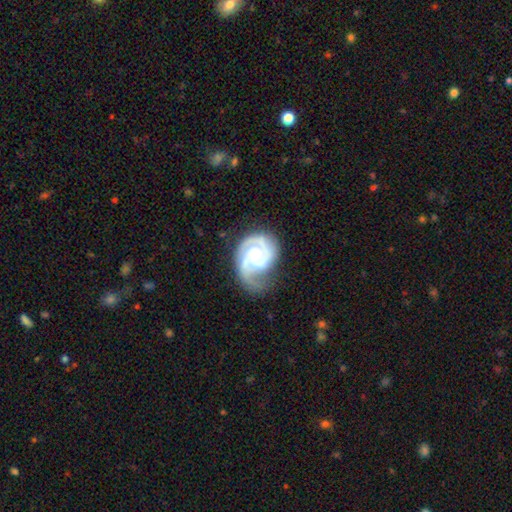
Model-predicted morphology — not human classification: type=featured or disk (90%); edge-on=no (98%); bar=no (64%); spiral arms=yes (97%); winding=tight (53%); arm count=2 (60%); bulge=moderate (69%); merging=none (55%).